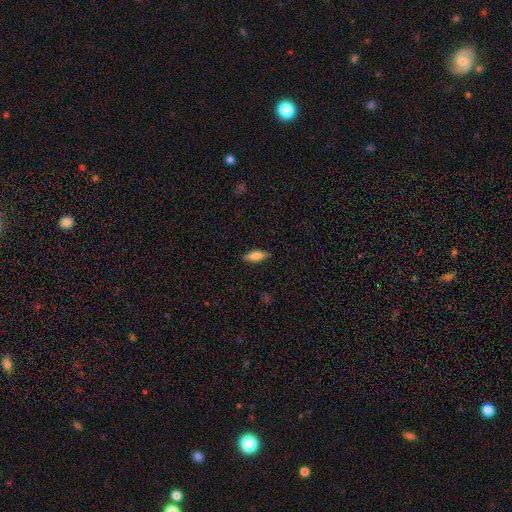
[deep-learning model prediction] The model was most divided on "how rounded": in between: 72%, cigar-shaped: 26%, round: 2%. More confident: merging — none (85%); smooth or featured — smooth (77%).